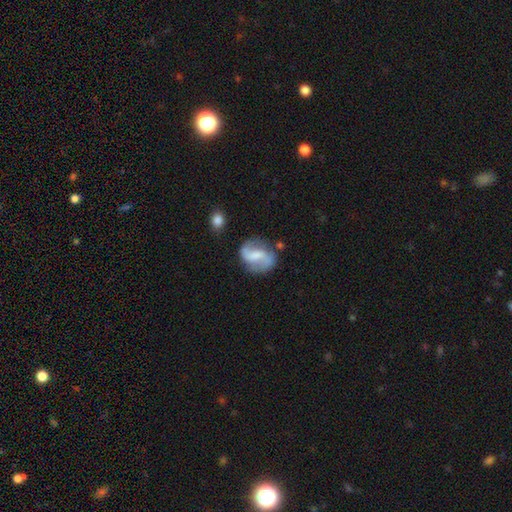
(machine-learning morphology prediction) Smooth or featured? Predicted: featured or disk (p=0.74). Edge-on disk? Predicted: no (p=0.98). Bar? Predicted: weak (p=0.46). Spiral arms? Predicted: yes (p=0.92). Spiral winding? Predicted: loose (p=0.51). Spiral arm count? Predicted: 2 (p=0.90). Bulge size? Predicted: small (p=0.32). Merging? Predicted: none (p=0.70).